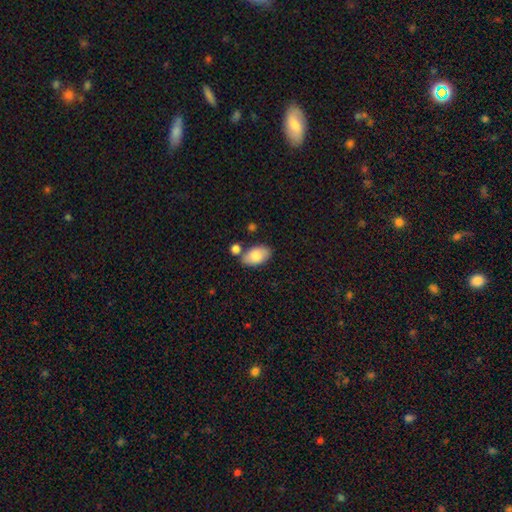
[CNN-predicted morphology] This is clearly a smooth galaxy (82%). How rounded: clearly in between (94%). Merging: likely none (67%).